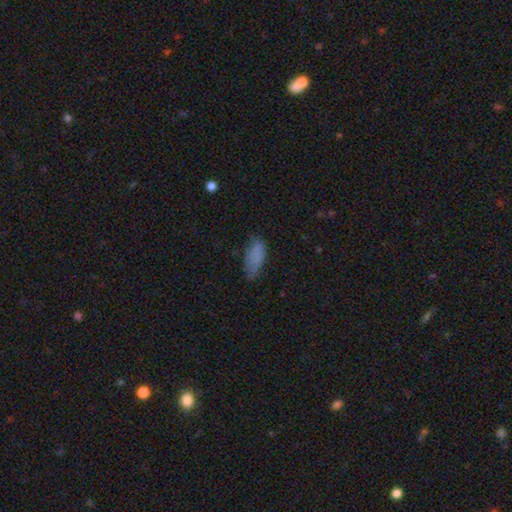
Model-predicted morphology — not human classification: A smooth galaxy with no disk features (79%) that is in between round and cigar-shaped (82%). Merging: none (55%).